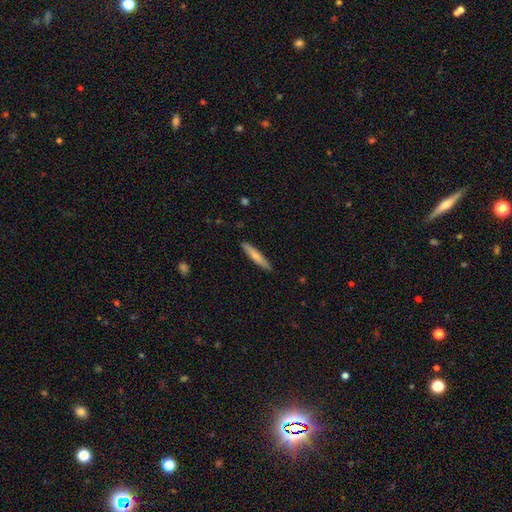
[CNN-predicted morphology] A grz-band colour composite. It shows a smooth galaxy with no disk features (73%) that is cigar-shaped (92%). Merging: none (90%).